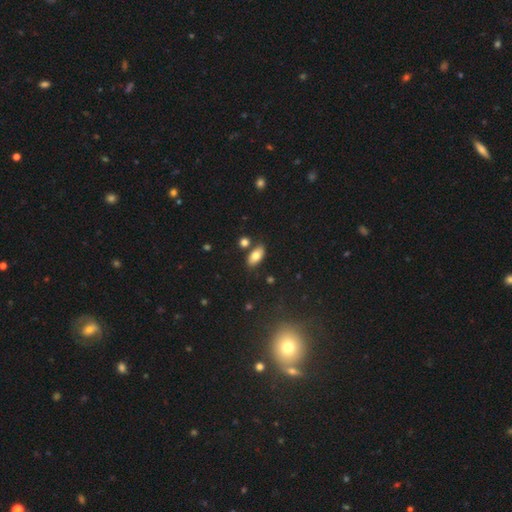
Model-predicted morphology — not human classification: The model was most divided on "smooth or featured": smooth: 78%, featured or disk: 13%, star or artifact: 8%. More confident: how rounded — in between (91%); merging — none (79%).